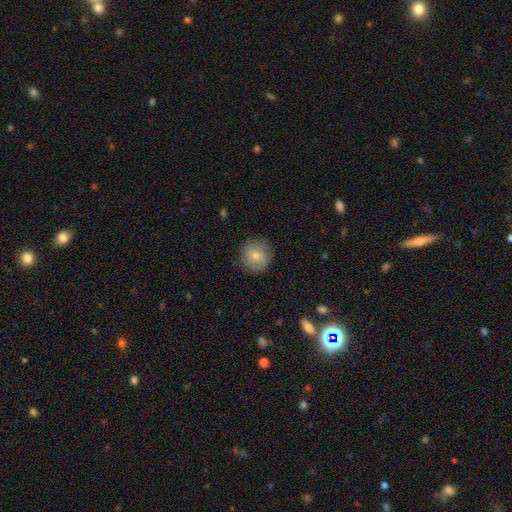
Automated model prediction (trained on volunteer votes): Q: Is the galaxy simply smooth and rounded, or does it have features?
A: smooth — 77%.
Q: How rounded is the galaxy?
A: round — 91%.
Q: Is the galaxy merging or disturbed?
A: none — 83%.